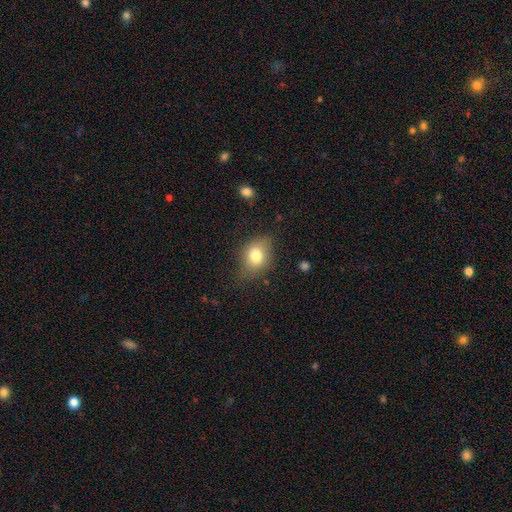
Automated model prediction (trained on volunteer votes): smooth_or_featured: smooth (p=0.76) [alt: featured or disk p=0.14]
how_rounded: in between (p=0.64) [alt: round p=0.35]
merging: none (p=0.65) [alt: minor disturbance p=0.25]